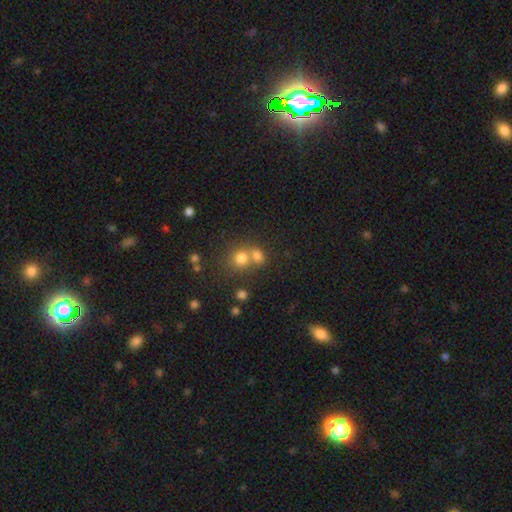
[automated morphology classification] star or artifact 53%, smooth 37%, featured or disk 10%.